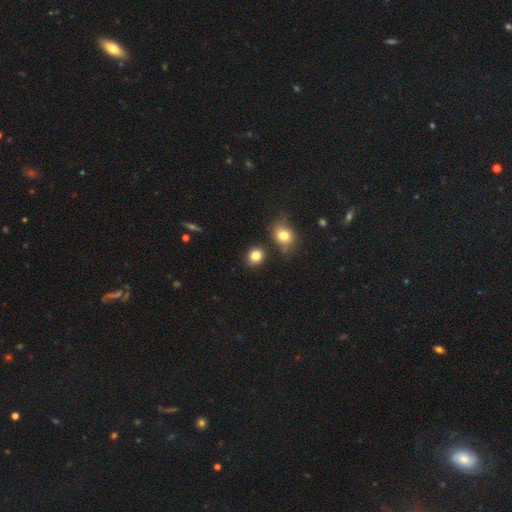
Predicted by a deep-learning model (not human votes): Smooth or featured: smooth — 83% (star or artifact — 11%)
How rounded: round — 71% (in between — 28%)
Merging: none — 81% (minor disturbance — 9%)